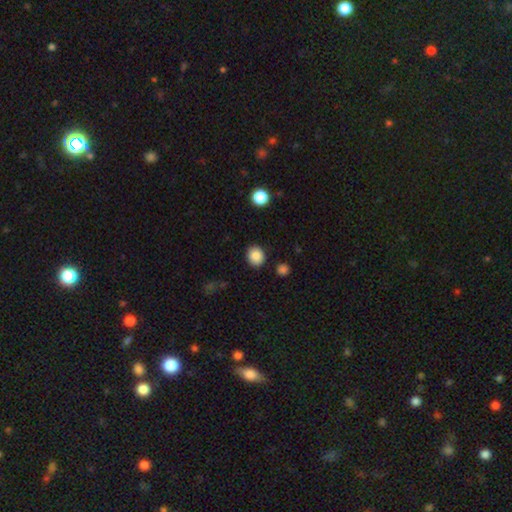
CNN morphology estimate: The model was most divided on "how rounded": round: 73%, in between: 26%, cigar-shaped: 1%. More confident: merging — none (88%); smooth or featured — smooth (86%).